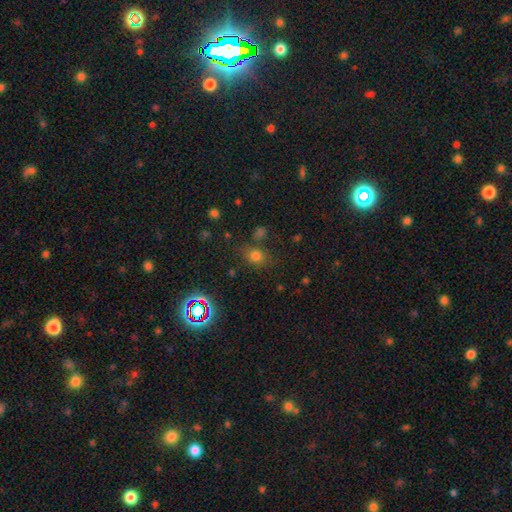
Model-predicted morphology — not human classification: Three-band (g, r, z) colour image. It shows a smooth galaxy with no disk features (70%) that is round (59%). Merging: none (73%).